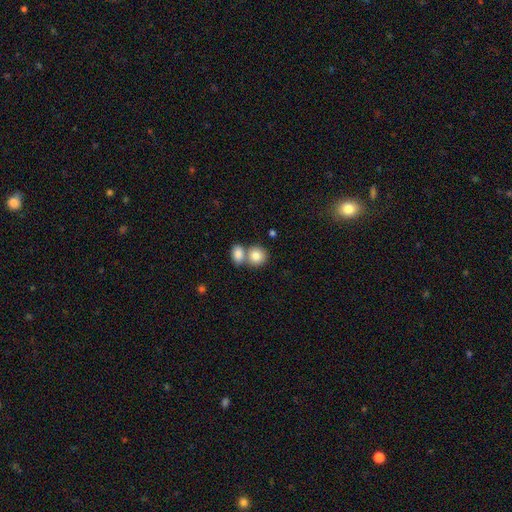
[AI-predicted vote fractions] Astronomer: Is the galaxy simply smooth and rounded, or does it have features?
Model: smooth — 84%.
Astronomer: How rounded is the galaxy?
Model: round — 70%.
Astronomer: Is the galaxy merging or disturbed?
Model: merger — 51% (runner-up: none, 40%).